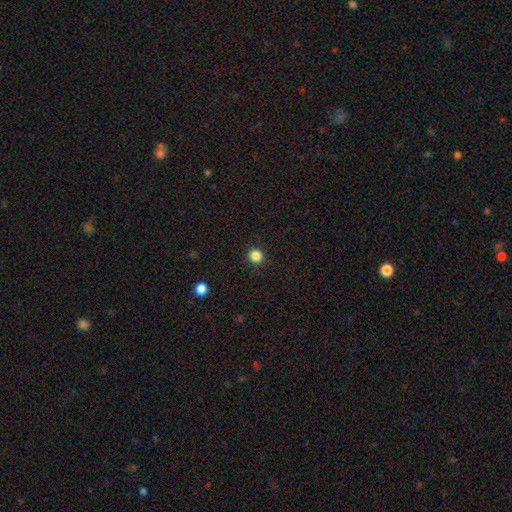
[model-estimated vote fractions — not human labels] smooth 85%, star or artifact 12%, featured or disk 3%. Down the decision tree: how rounded — round (91%); merging — none (92%).